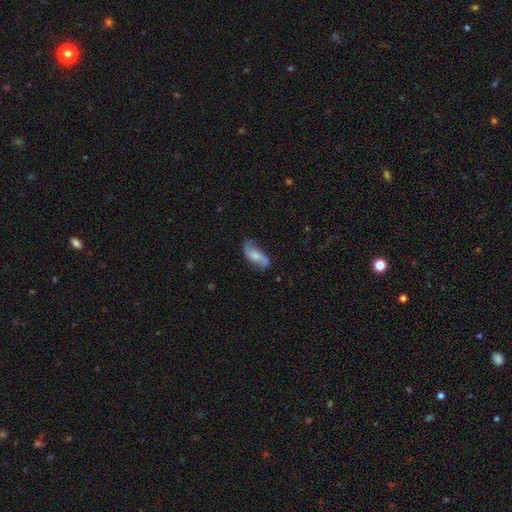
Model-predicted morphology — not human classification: A featured or disk galaxy (60%) with no bar (55%), 2 (90%) loose (76%) spiral arms (92%) and a moderate central bulge (39%). Merging: none (75%).